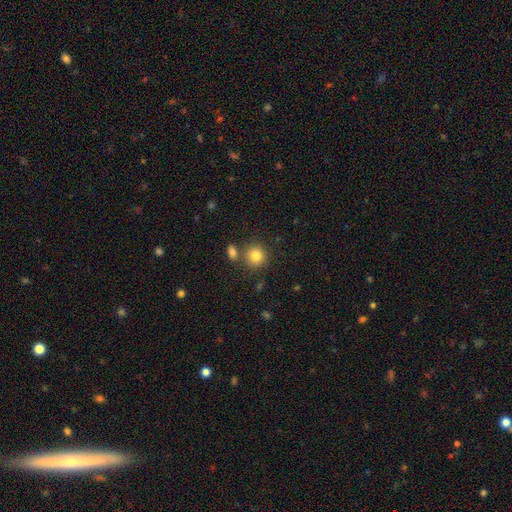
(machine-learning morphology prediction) The model was most divided on "merging": none: 72%, merger: 15%, minor disturbance: 9%, major disturbance: 3%. More confident: how rounded — round (87%); smooth or featured — smooth (83%).